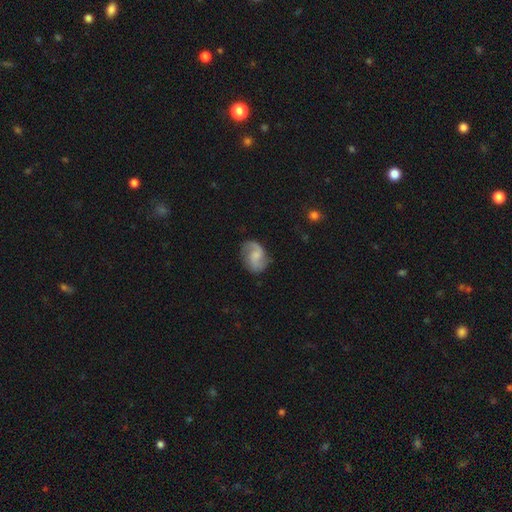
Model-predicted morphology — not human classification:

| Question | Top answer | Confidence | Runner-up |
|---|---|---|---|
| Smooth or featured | featured or disk | 72% | smooth (21%) |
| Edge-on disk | no | 98% | yes (2%) |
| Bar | no | 50% | weak (42%) |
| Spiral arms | yes | 95% | no (5%) |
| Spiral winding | loose | 45% | medium (42%) |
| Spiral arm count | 2 | 89% | can't tell (4%) |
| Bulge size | none | 33% | small (31%) |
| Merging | none | 73% | minor disturbance (18%) |